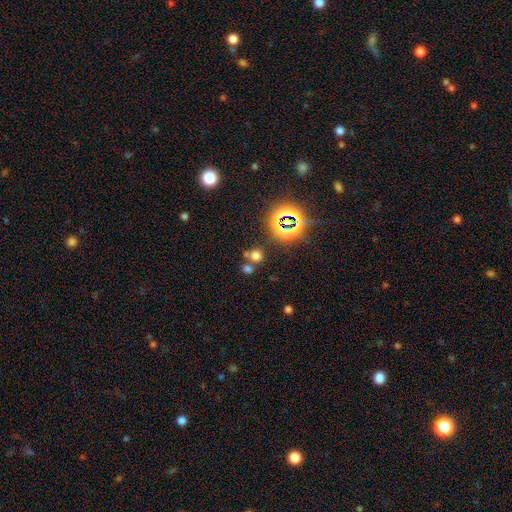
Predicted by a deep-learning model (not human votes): This is possibly a smooth galaxy (56%). How rounded: clearly round (85%). Merging: likely none (63%).